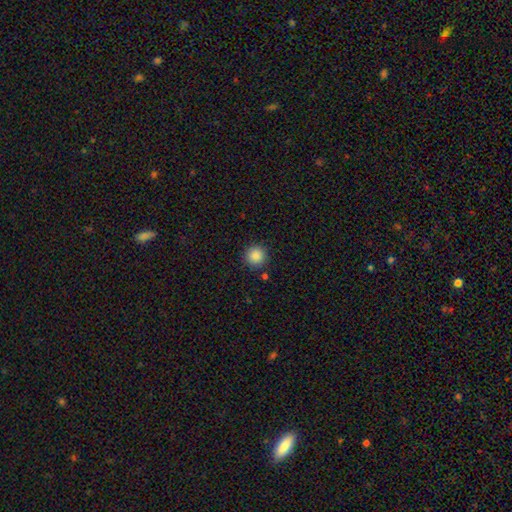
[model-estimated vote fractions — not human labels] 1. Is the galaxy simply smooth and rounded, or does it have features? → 87% smooth, 10% star or artifact, 3% featured or disk.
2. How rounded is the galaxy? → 95% round, 4% in between, 1% cigar-shaped.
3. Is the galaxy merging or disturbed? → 89% none, 6% minor disturbance, 2% merger, 2% major disturbance.